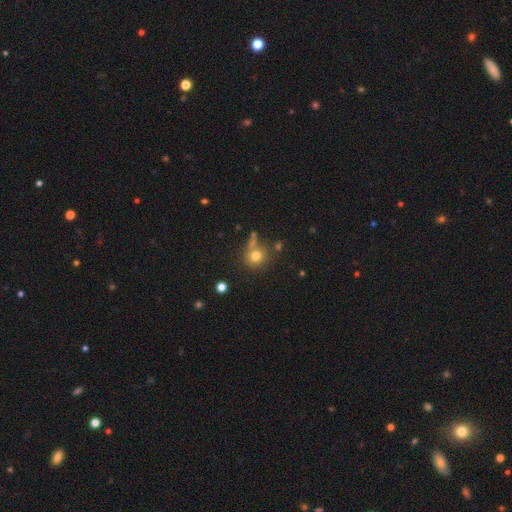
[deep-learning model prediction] smooth-or-featured: smooth: 76% | star or artifact: 14% | featured or disk: 10%
  how-rounded: round: 86% | in between: 13% | cigar-shaped: 1%
  merging: none: 65% | merger: 15% | minor disturbance: 14% | major disturbance: 6%